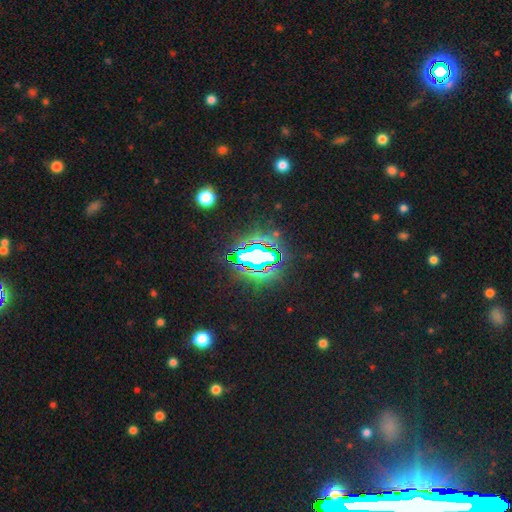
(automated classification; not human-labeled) smooth_or_featured: star or artifact (p=0.74) [alt: smooth p=0.14]